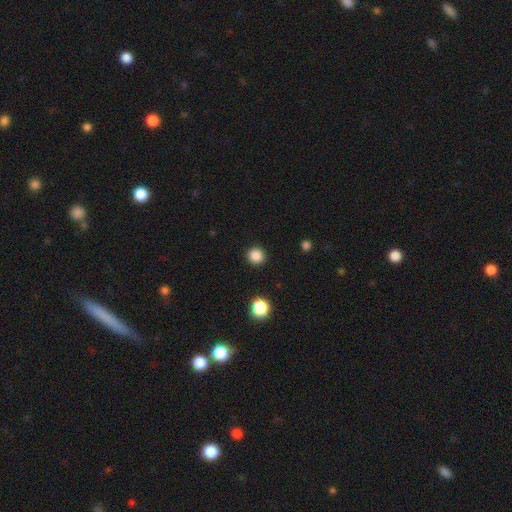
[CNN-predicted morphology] Smooth or featured? smooth (86%)
How rounded? round (92%)
Merging? none (91%)